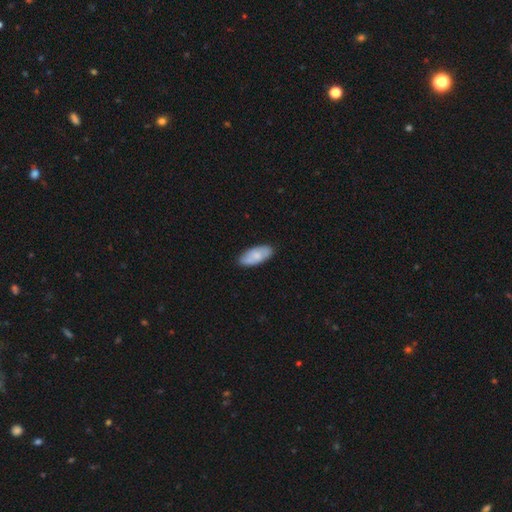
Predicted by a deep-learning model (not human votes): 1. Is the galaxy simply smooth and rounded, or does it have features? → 77% smooth, 17% featured or disk, 6% star or artifact.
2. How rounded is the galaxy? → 88% in between, 10% cigar-shaped, 2% round.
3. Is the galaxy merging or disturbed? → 84% none, 13% minor disturbance, 2% major disturbance, 1% merger.